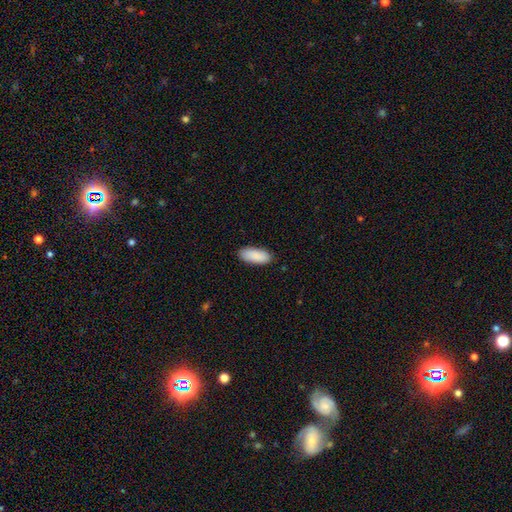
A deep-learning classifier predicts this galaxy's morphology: The model was most divided on "how rounded": in between: 82%, cigar-shaped: 17%, round: 2%. More confident: smooth or featured — smooth (90%); merging — none (88%).